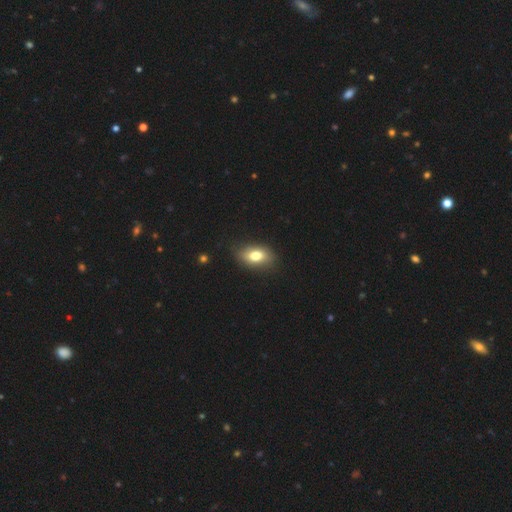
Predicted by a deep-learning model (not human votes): Smooth or featured? Predicted: smooth (p=0.75). How rounded? Predicted: in between (p=0.86). Merging? Predicted: none (p=0.82).